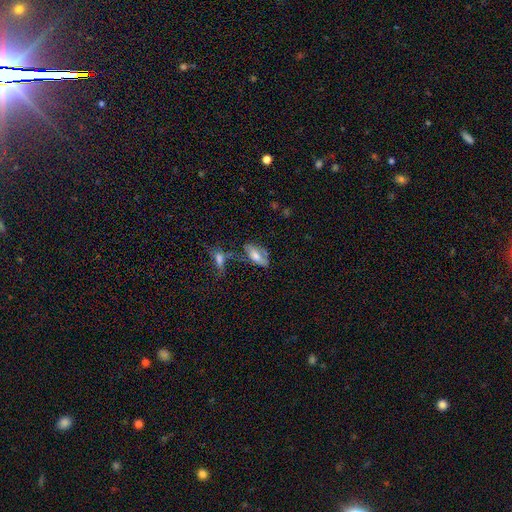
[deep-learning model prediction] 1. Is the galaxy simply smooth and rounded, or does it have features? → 60% smooth, 31% featured or disk, 9% star or artifact.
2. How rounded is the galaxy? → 85% in between, 12% cigar-shaped, 3% round.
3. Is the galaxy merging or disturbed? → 42% none, 25% minor disturbance, 19% merger, 14% major disturbance.